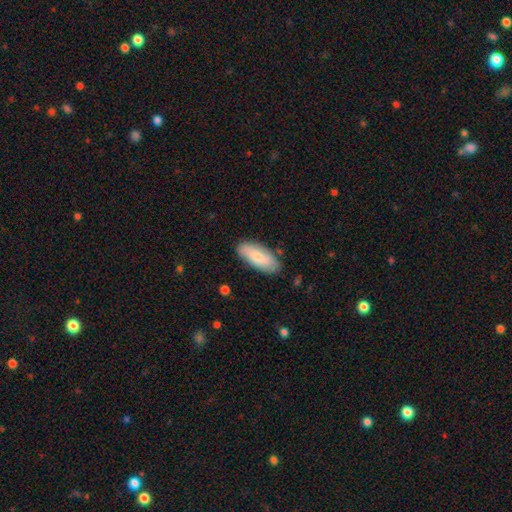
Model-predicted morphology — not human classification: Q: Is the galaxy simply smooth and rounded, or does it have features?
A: smooth — 74%.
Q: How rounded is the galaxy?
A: in between — 81%.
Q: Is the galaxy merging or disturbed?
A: none — 84%.